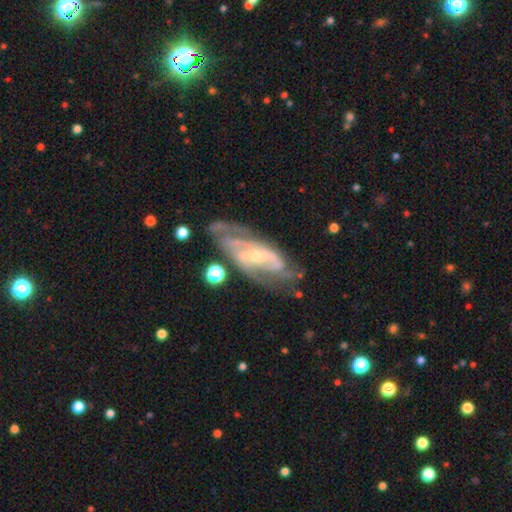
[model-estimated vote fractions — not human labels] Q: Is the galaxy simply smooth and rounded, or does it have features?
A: featured or disk — 83%.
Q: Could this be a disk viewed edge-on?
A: no — 90%.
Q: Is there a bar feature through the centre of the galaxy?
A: no — 42%.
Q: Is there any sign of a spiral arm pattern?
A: yes — 86%.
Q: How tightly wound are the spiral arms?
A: tight — 45%.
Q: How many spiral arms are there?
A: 2 — 44%.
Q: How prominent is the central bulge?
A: small — 69%.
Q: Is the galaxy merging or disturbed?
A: none — 60%.